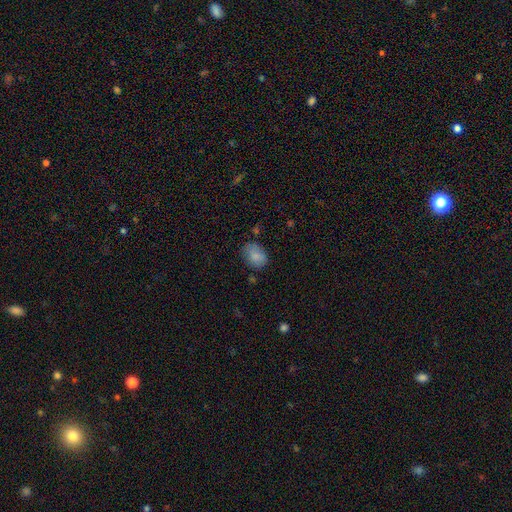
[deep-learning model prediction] Morphology: type=smooth (84%); roundness=in between (73%); merging=none (67%).